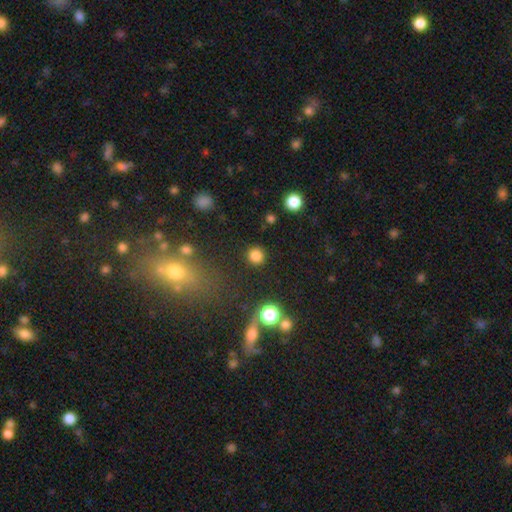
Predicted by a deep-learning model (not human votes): Overall: smooth (83%). How rounded: round (93%). Merging: none (89%).